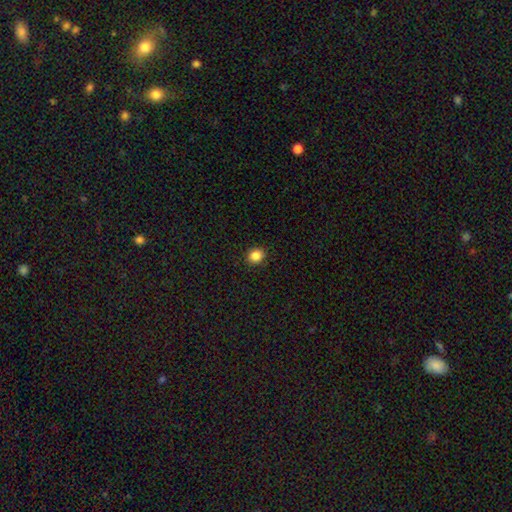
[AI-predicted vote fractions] Smooth or featured? smooth (85%)
How rounded? round (74%)
Merging? none (91%)